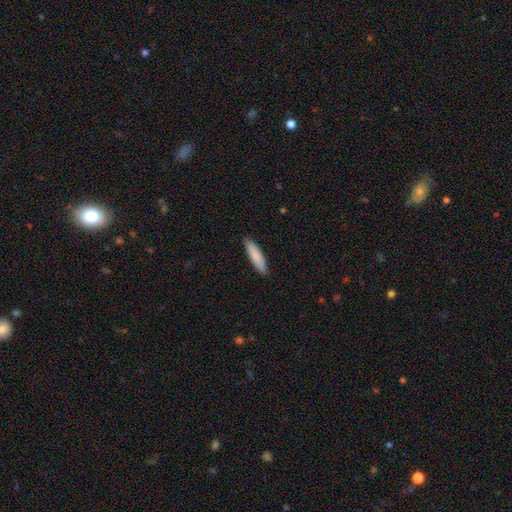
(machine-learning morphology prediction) smooth-or-featured: smooth: 86% | featured or disk: 8% | star or artifact: 5%
  how-rounded: cigar-shaped: 72% | in between: 27% | round: 1%
  merging: none: 88% | minor disturbance: 9% | major disturbance: 2% | merger: 1%